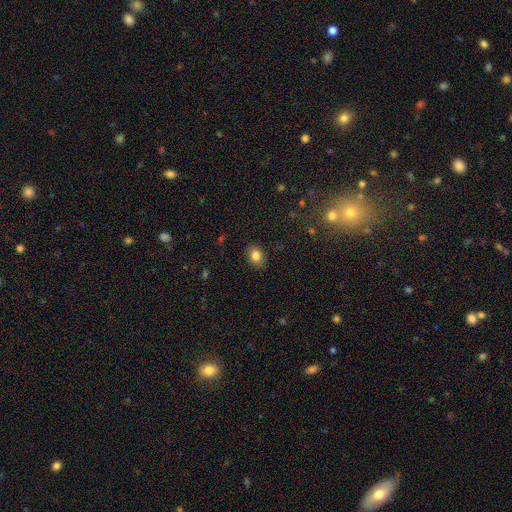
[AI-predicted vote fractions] Smooth or featured? Predicted: smooth (p=0.83). How rounded? Predicted: in between (p=0.63). Merging? Predicted: none (p=0.86).